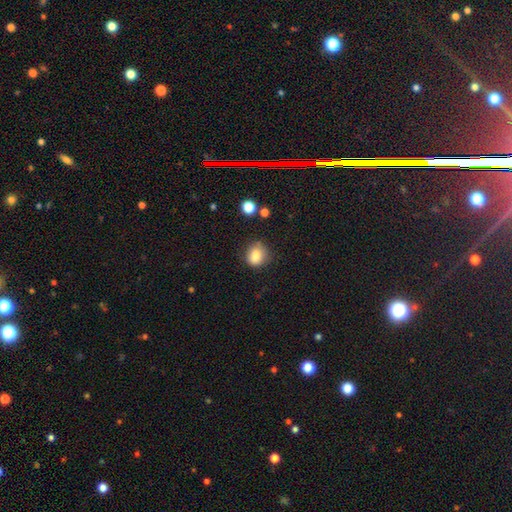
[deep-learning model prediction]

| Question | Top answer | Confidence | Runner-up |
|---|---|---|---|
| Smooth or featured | smooth | 83% | star or artifact (10%) |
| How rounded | round | 64% | in between (35%) |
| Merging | none | 69% | minor disturbance (22%) |